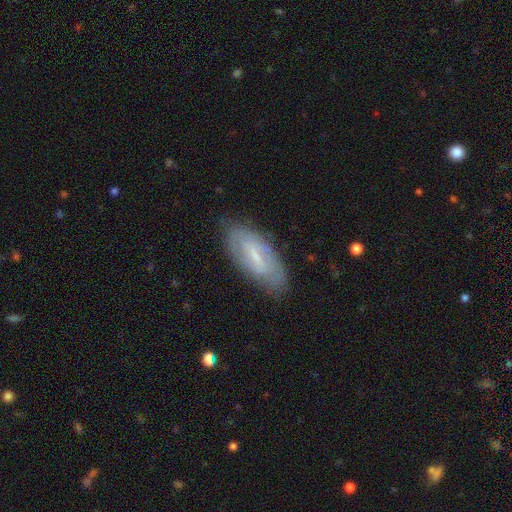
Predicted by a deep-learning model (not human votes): The model was most divided on "smooth or featured": featured or disk: 56%, smooth: 37%, star or artifact: 7%. More confident: edge-on disk — no (85%); merging — none (77%).